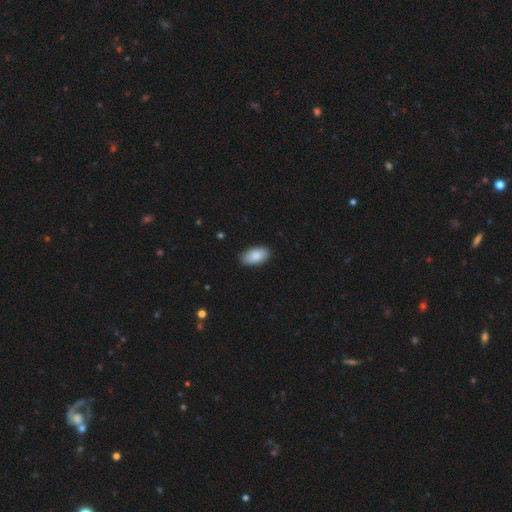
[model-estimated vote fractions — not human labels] The model was most divided on "merging": none: 87%, minor disturbance: 10%, major disturbance: 2%, merger: 1%. More confident: how rounded — in between (95%); smooth or featured — smooth (88%).